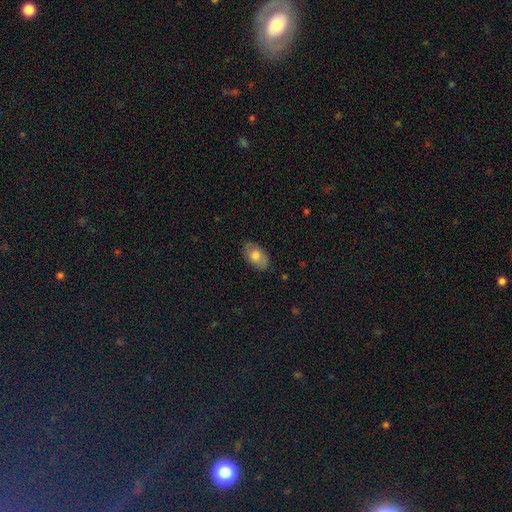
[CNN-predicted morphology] Q: Smooth or featured?
A: smooth (73%); runner-up: featured or disk (21%)
Q: How rounded?
A: in between (92%); runner-up: round (6%)
Q: Merging?
A: none (78%); runner-up: minor disturbance (17%)